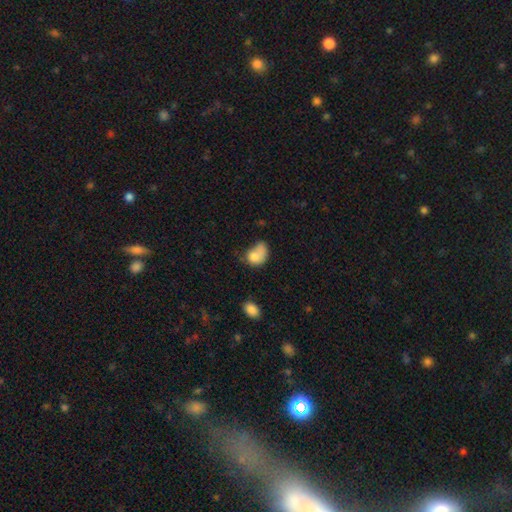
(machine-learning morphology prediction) The model was most divided on "merging": major disturbance: 33%, minor disturbance: 27%, none: 24%, merger: 16%. More confident: smooth or featured — smooth (75%); how rounded — in between (63%).